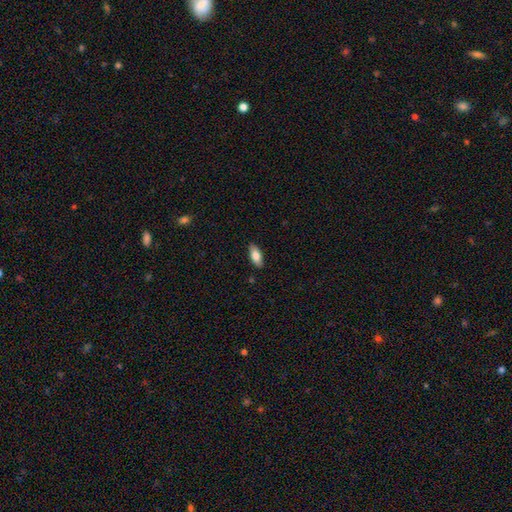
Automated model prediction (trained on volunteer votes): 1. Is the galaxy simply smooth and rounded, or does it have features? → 81% smooth, 13% featured or disk, 6% star or artifact.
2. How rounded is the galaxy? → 84% in between, 14% cigar-shaped, 2% round.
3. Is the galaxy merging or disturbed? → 88% none, 9% minor disturbance, 2% major disturbance, 1% merger.